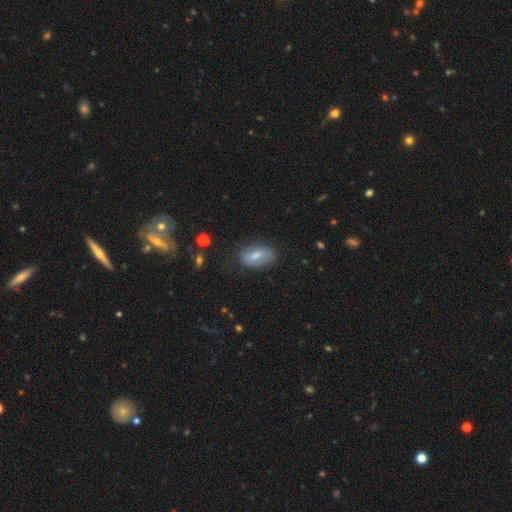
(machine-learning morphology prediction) Smooth or featured?
  - smooth: 58% *
  - featured or disk: 34%
  - star or artifact: 8%
How rounded?
  - in between: 90% *
  - round: 6%
  - cigar-shaped: 4%
Merging?
  - none: 70% *
  - minor disturbance: 22%
  - major disturbance: 7%
  - merger: 2%